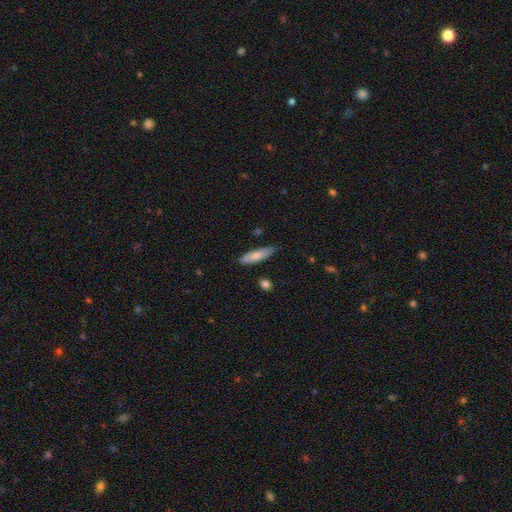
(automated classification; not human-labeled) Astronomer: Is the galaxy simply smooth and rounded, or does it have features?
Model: smooth — 76%.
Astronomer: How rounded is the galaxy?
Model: cigar-shaped — 68%.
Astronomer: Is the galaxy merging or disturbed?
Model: none — 78%.